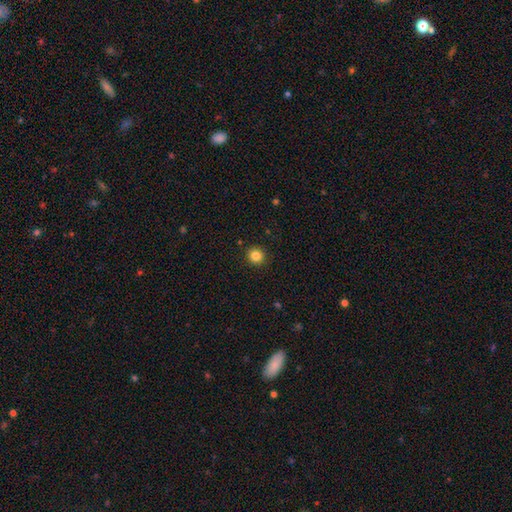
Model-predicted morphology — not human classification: Smooth or featured? Predicted: smooth (p=0.84). How rounded? Predicted: round (p=0.93). Merging? Predicted: none (p=0.92).